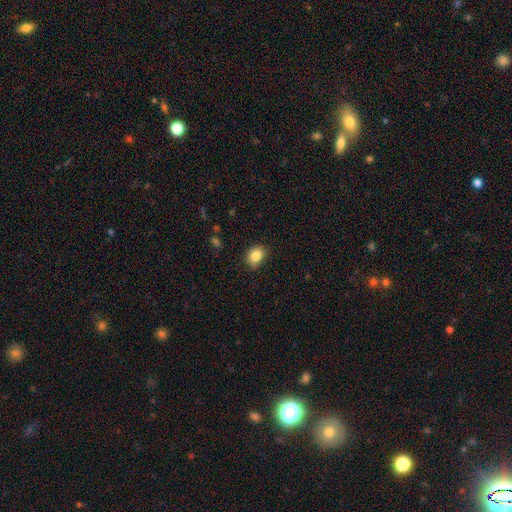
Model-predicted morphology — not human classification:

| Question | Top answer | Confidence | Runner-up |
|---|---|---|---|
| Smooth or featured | smooth | 84% | star or artifact (9%) |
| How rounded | in between | 51% | round (48%) |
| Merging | none | 78% | minor disturbance (18%) |